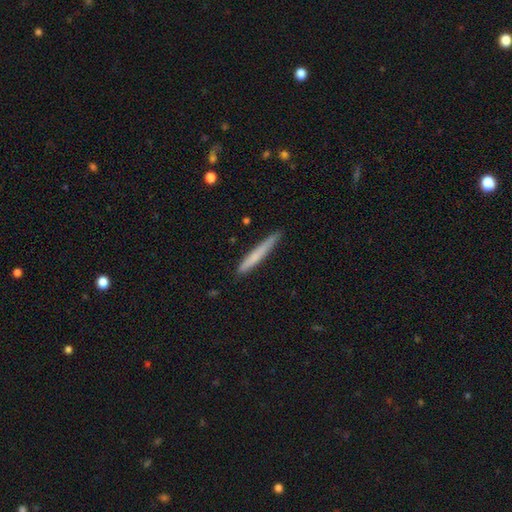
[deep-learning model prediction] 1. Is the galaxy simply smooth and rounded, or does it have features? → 67% smooth, 27% featured or disk, 6% star or artifact.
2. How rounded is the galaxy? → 96% cigar-shaped, 2% in between, 1% round.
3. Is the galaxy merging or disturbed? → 86% none, 11% minor disturbance, 2% major disturbance, 1% merger.